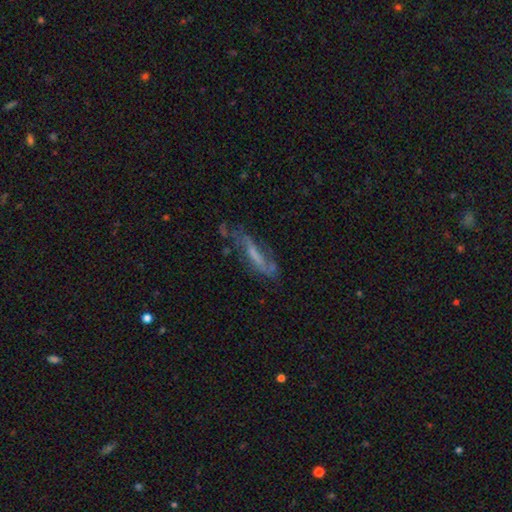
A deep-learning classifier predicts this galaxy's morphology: Smooth or featured? Predicted: featured or disk (p=0.55). Edge-on disk? Predicted: no (p=0.58). Merging? Predicted: none (p=0.51).